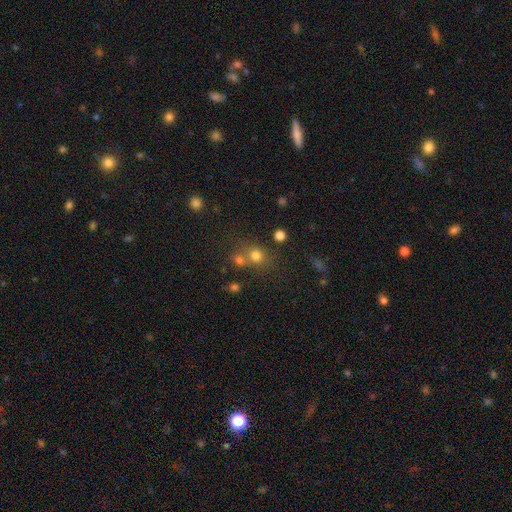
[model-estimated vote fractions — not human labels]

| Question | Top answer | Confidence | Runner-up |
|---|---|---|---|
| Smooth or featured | smooth | 72% | star or artifact (18%) |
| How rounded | round | 81% | in between (18%) |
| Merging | none | 54% | merger (32%) |